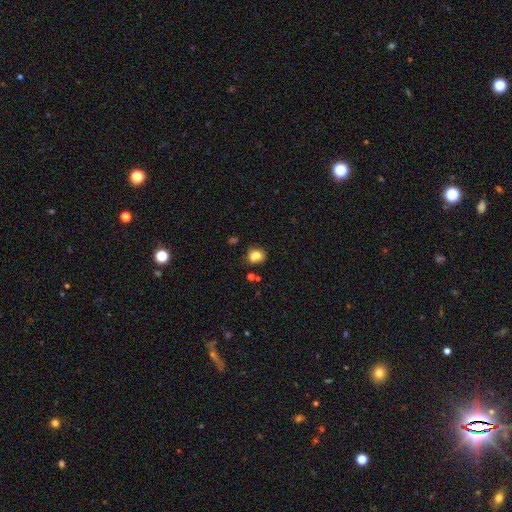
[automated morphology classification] A smooth galaxy with no disk features (76%) that is round (60%).

Vote fractions:
- Smooth or featured? smooth: 76% / featured or disk: 12% / star or artifact: 12%
- How rounded? round: 60% / in between: 39% / cigar-shaped: 1%
- Merging? none: 50% / merger: 25% / minor disturbance: 19% / major disturbance: 7%